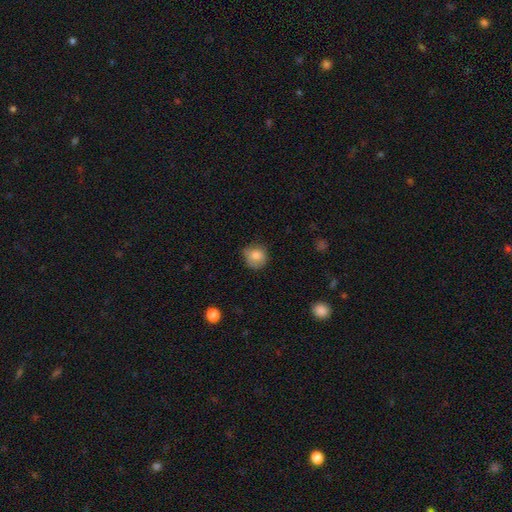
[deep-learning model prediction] This appears to be a smooth galaxy with no disk features (82%) that is round (84%). Merging: none (65%).